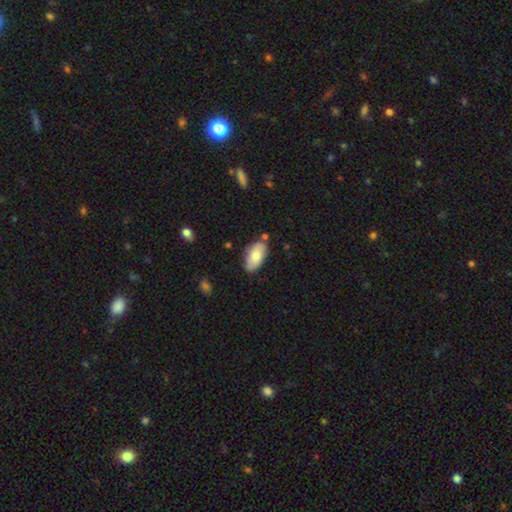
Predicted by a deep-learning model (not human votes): smooth 76%, featured or disk 18%, star or artifact 6%. Down the decision tree: how rounded — in between (93%); merging — none (75%).